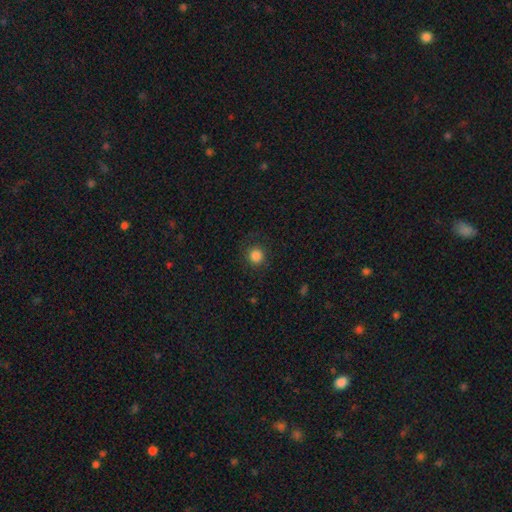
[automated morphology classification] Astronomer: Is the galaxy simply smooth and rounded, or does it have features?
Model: smooth — 84%.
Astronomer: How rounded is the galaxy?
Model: round — 93%.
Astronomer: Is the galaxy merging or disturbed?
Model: none — 87%.